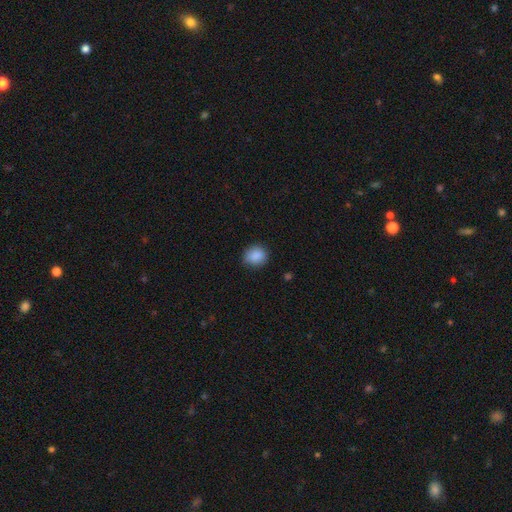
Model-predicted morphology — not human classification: The model was most divided on "how rounded": round: 72%, in between: 27%, cigar-shaped: 1%. More confident: smooth or featured — smooth (88%); merging — none (81%).